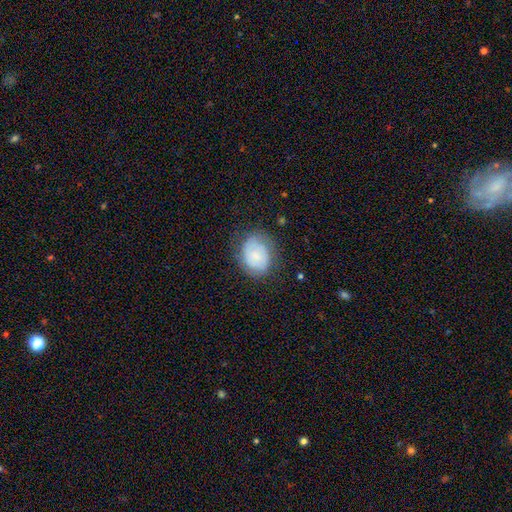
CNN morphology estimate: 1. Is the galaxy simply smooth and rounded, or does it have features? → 61% smooth, 31% featured or disk, 8% star or artifact.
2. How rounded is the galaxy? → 55% in between, 44% round, 1% cigar-shaped.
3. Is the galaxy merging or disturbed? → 68% none, 22% minor disturbance, 9% major disturbance, 1% merger.